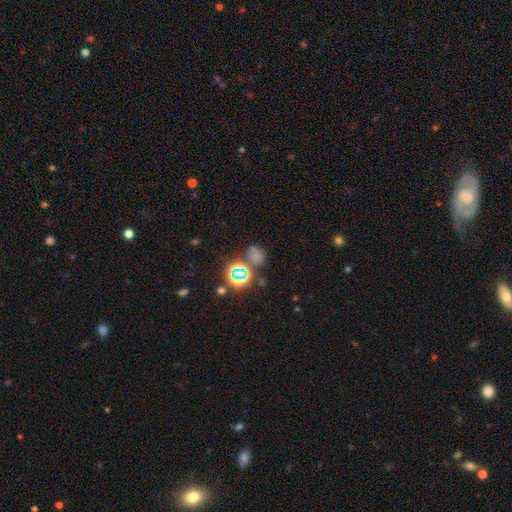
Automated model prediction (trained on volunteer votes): Morphology: type=smooth (50%); roundness=round (60%); merging=none (58%).